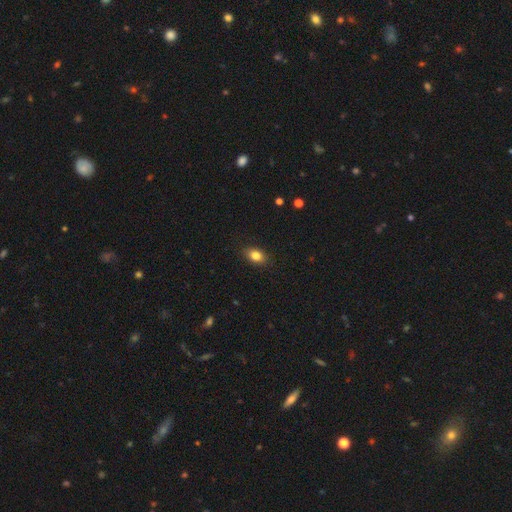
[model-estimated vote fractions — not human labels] Morphology: type=smooth (84%); roundness=in between (81%); merging=none (87%).